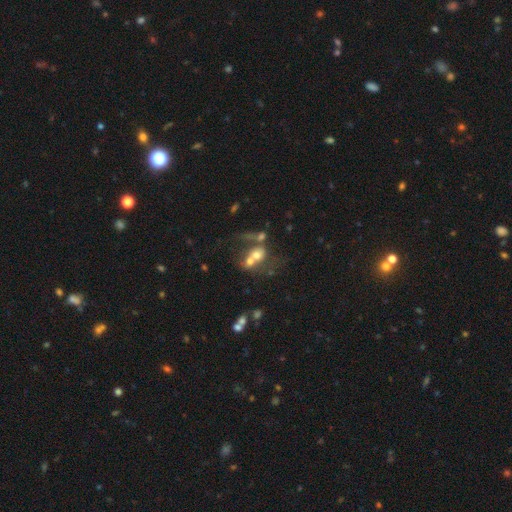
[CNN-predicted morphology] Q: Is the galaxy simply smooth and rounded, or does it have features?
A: smooth — 48%.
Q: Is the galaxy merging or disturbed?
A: merger — 64%.